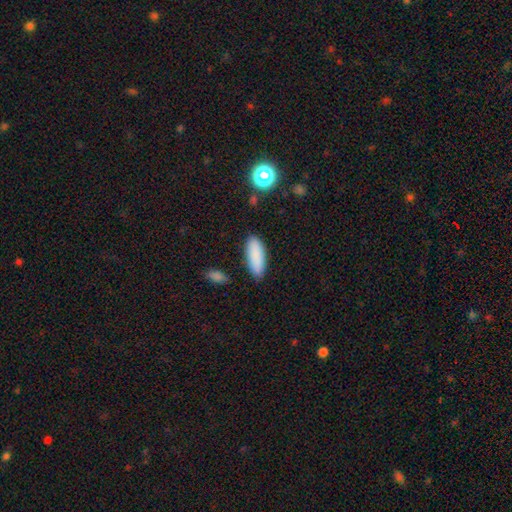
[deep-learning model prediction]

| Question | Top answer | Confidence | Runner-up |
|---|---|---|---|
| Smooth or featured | smooth | 88% | star or artifact (7%) |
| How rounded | in between | 74% | cigar-shaped (24%) |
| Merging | none | 83% | minor disturbance (12%) |